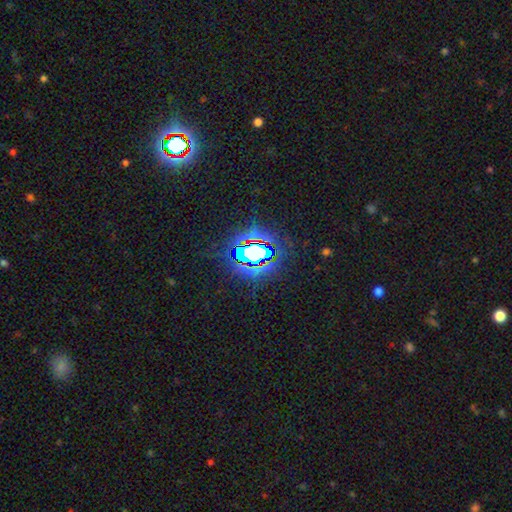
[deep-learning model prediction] Smooth or featured? Predicted: star or artifact (p=0.83).